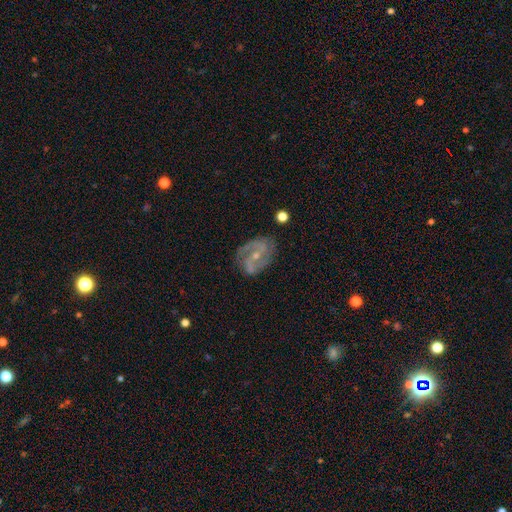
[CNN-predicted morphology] A featured or disk galaxy (86%) with a weak bar (43%), 2 (78%) medium (52%) spiral arms (96%) and a small central bulge (67%).

Vote fractions:
- Smooth or featured? featured or disk: 86% / smooth: 8% / star or artifact: 6%
- Edge-on disk? no: 97% / yes: 3%
- Bar? weak: 43% / no: 41% / strong: 17%
- Spiral arms? yes: 96% / no: 4%
- Spiral winding? medium: 52% / loose: 24% / tight: 24%
- Spiral arm count? 2: 78% / 3: 8% / can't tell: 7% / 1: 3% / 4: 2% / more than 4: 2%
- Bulge size? small: 67% / moderate: 29% / none: 3% / large: 1% / dominant: 1%
- Merging? none: 73% / minor disturbance: 18% / major disturbance: 7% / merger: 2%